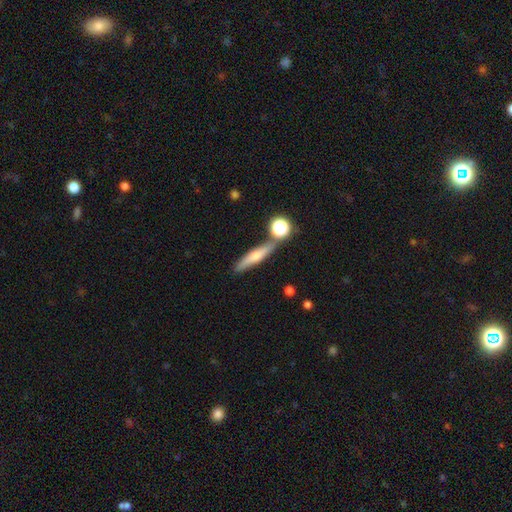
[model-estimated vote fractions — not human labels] smooth 51%, featured or disk 40%, star or artifact 9%. Down the decision tree: how rounded — cigar-shaped (80%); merging — none (73%).